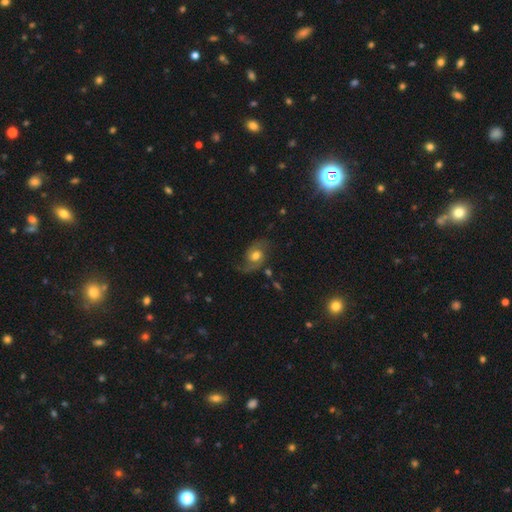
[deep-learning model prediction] Smooth or featured: featured or disk — 71% (smooth — 21%)
Edge-on disk: no — 97% (yes — 3%)
Bar: no — 63% (weak — 31%)
Spiral arms: yes — 90% (no — 10%)
Spiral winding: loose — 45% (medium — 42%)
Spiral arm count: 2 — 89% (1 — 4%)
Bulge size: moderate — 68% (large — 18%)
Merging: none — 68% (minor disturbance — 19%)